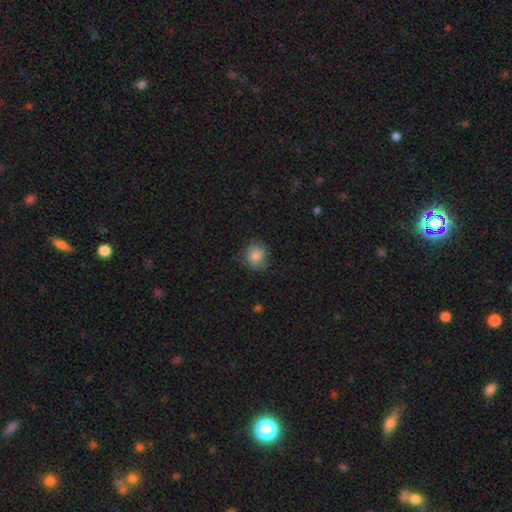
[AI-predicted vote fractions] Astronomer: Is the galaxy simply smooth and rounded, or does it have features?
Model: smooth — 81%.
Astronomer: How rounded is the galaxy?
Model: round — 85%.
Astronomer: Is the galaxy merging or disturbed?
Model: none — 69%.